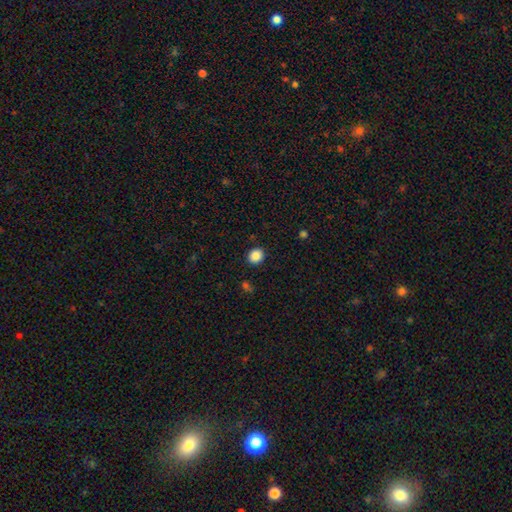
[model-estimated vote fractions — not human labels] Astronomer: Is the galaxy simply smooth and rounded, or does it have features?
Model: smooth — 87%.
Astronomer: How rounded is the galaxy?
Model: round — 82%.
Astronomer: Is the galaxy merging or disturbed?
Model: none — 91%.